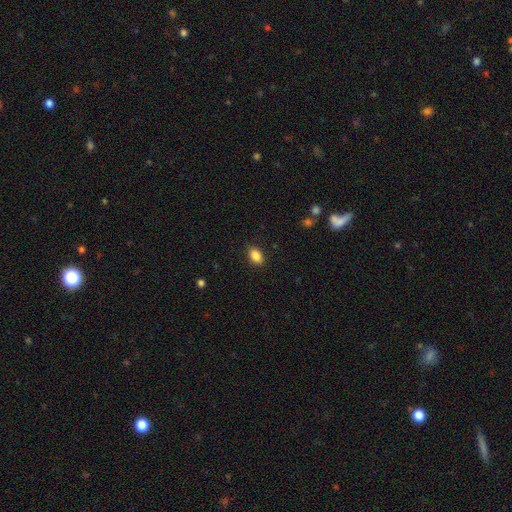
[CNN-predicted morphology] The model was most divided on "how rounded": in between: 87%, round: 12%, cigar-shaped: 2%. More confident: smooth or featured — smooth (88%); merging — none (87%).